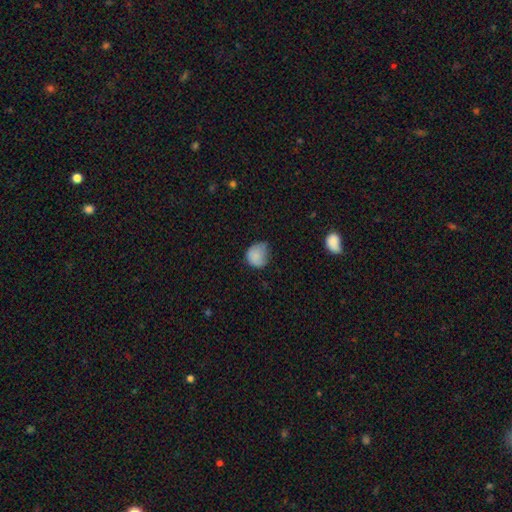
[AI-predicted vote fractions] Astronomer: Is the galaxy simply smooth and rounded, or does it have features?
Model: smooth — 84%.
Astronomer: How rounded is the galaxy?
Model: round — 72%.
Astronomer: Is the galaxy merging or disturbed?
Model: minor disturbance — 45% (runner-up: none, 42%).